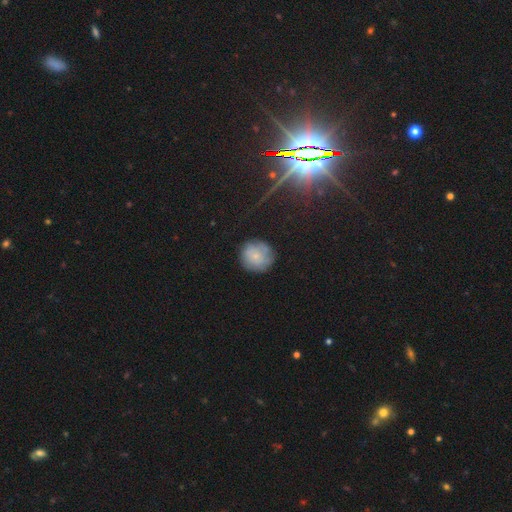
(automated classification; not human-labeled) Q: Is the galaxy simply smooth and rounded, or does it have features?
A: smooth — 68%.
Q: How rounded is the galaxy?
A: round — 90%.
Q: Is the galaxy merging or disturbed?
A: none — 76%.